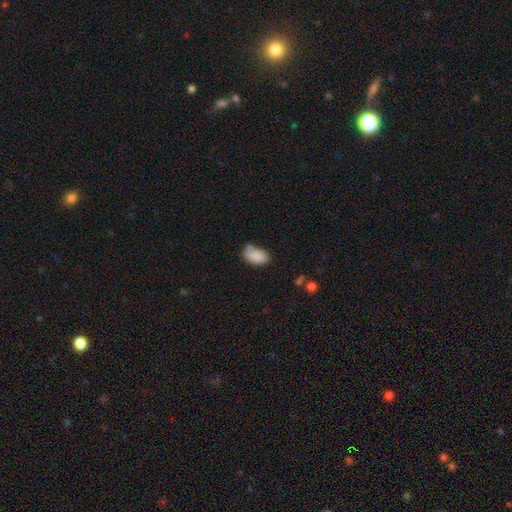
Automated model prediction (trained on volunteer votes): The model was most divided on "merging": none: 53%, minor disturbance: 27%, merger: 11%, major disturbance: 9%. More confident: how rounded — in between (91%); smooth or featured — smooth (85%).